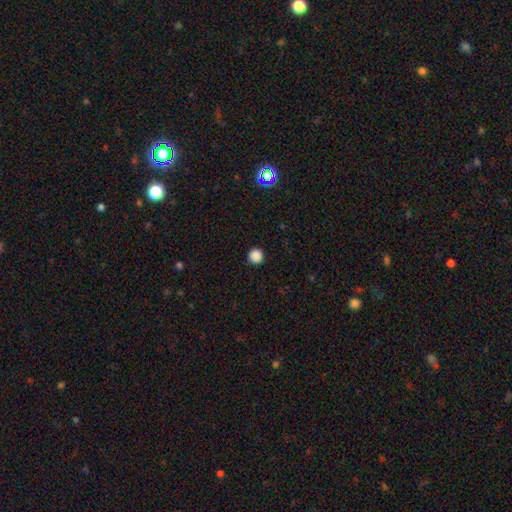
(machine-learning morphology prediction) Smooth or featured: smooth — 87% (star or artifact — 11%)
How rounded: round — 96% (in between — 3%)
Merging: none — 92% (minor disturbance — 5%)